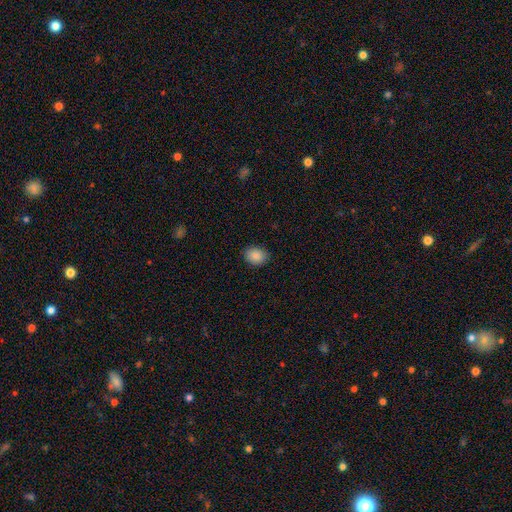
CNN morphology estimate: A smooth galaxy with no disk features (88%) that is in between round and cigar-shaped (62%). Merging: none (88%).